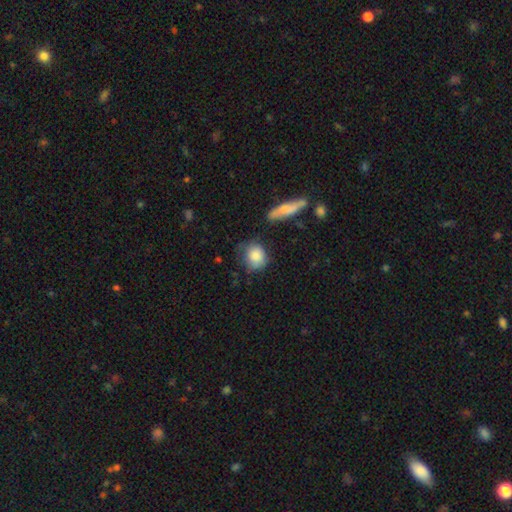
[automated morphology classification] A smooth galaxy with no disk features (83%) that is round (67%).

Vote fractions:
- Smooth or featured? smooth: 83% / featured or disk: 10% / star or artifact: 7%
- How rounded? round: 67% / in between: 31% / cigar-shaped: 2%
- Merging? none: 57% / minor disturbance: 28% / major disturbance: 9% / merger: 6%